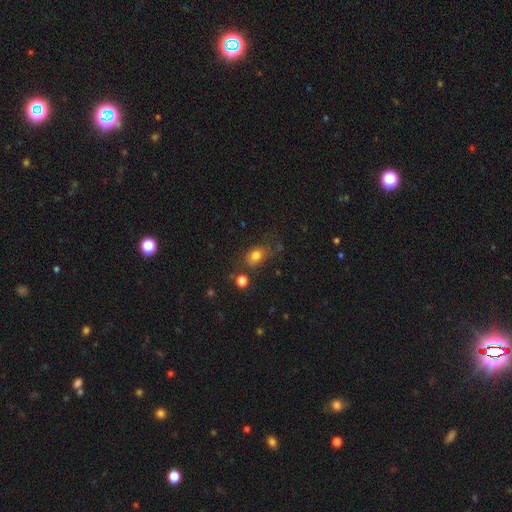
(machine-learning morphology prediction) Smooth or featured? smooth (79%)
How rounded? in between (69%)
Merging? none (64%)